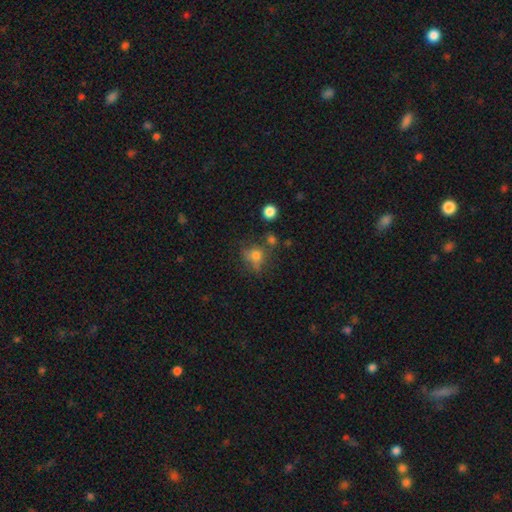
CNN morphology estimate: A smooth galaxy with no disk features (66%) that is round (70%).

Vote fractions:
- Smooth or featured? smooth: 66% / star or artifact: 17% / featured or disk: 17%
- How rounded? round: 70% / in between: 28% / cigar-shaped: 2%
- Merging? none: 52% / minor disturbance: 21% / major disturbance: 16% / merger: 10%